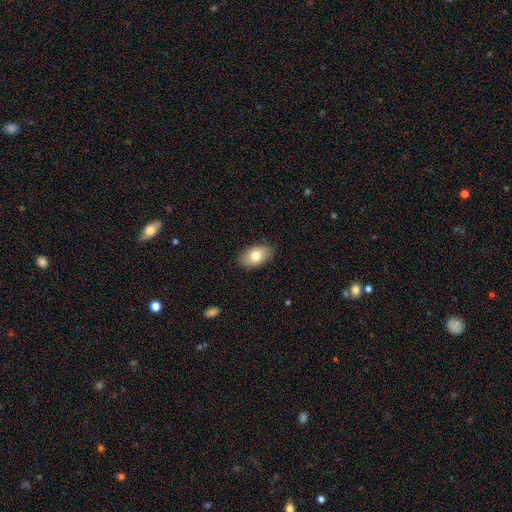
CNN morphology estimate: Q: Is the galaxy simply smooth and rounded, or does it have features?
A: smooth — 78%.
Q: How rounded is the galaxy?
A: in between — 91%.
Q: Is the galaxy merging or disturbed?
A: none — 87%.